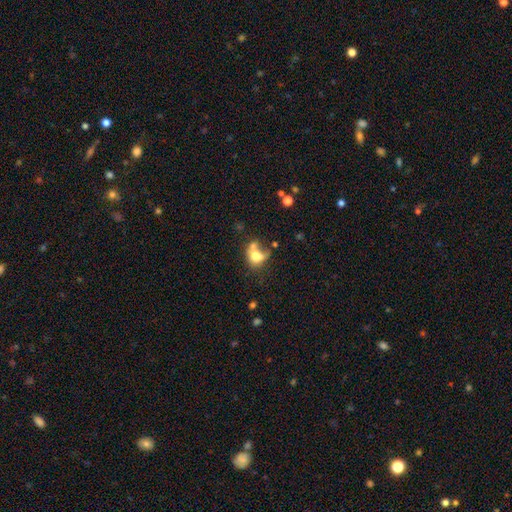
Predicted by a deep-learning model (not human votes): A smooth galaxy with no disk features (65%) that is in between round and cigar-shaped (58%).

Vote fractions:
- Smooth or featured? smooth: 65% / featured or disk: 24% / star or artifact: 12%
- How rounded? in between: 58% / round: 40% / cigar-shaped: 2%
- Merging? merger: 44% / none: 23% / major disturbance: 19% / minor disturbance: 14%